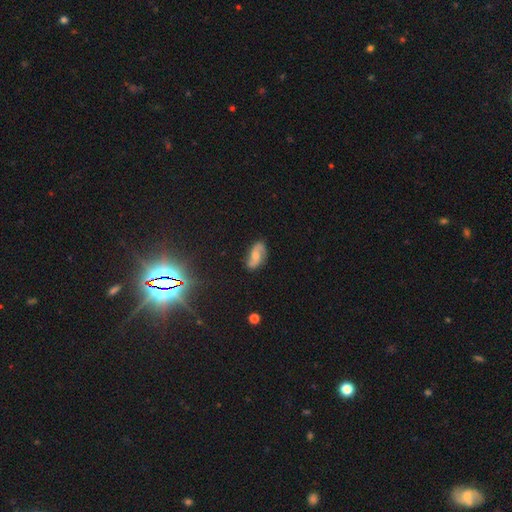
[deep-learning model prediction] Q: Smooth or featured?
A: featured or disk (68%); runner-up: smooth (24%)
Q: Edge-on disk?
A: no (96%); runner-up: yes (4%)
Q: Bar?
A: no (56%); runner-up: weak (36%)
Q: Spiral arms?
A: yes (93%); runner-up: no (7%)
Q: Spiral winding?
A: loose (46%); runner-up: medium (38%)
Q: Spiral arm count?
A: 2 (90%); runner-up: can't tell (5%)
Q: Bulge size?
A: moderate (45%); runner-up: small (43%)
Q: Merging?
A: none (78%); runner-up: minor disturbance (16%)